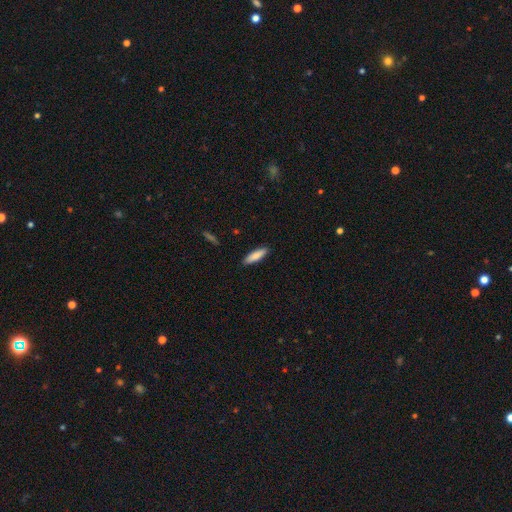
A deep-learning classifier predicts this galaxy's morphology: type=smooth (84%); roundness=cigar-shaped (66%); merging=none (89%).